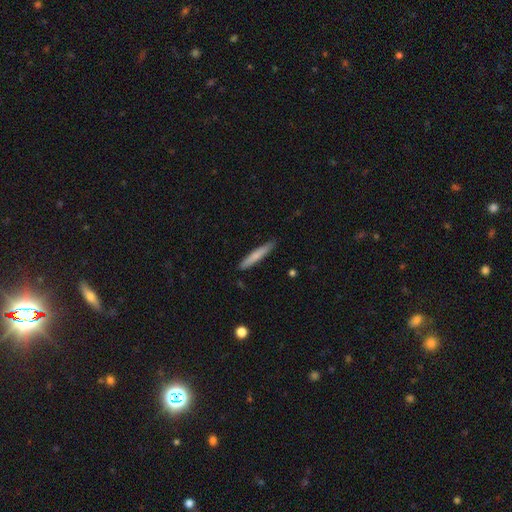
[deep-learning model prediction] Morphology: type=smooth (73%); roundness=cigar-shaped (94%); merging=none (87%).